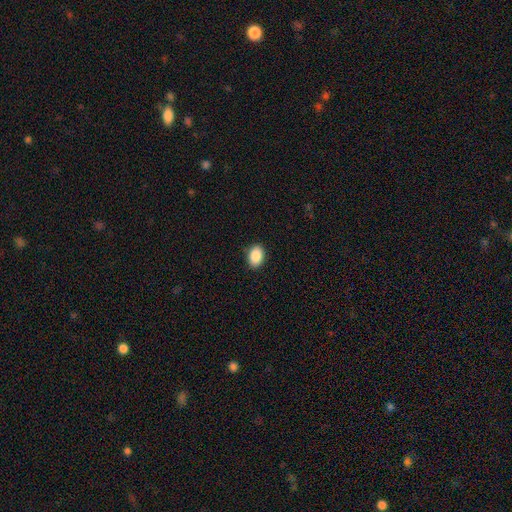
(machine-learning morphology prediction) Smooth or featured? smooth (89%)
How rounded? in between (83%)
Merging? none (89%)